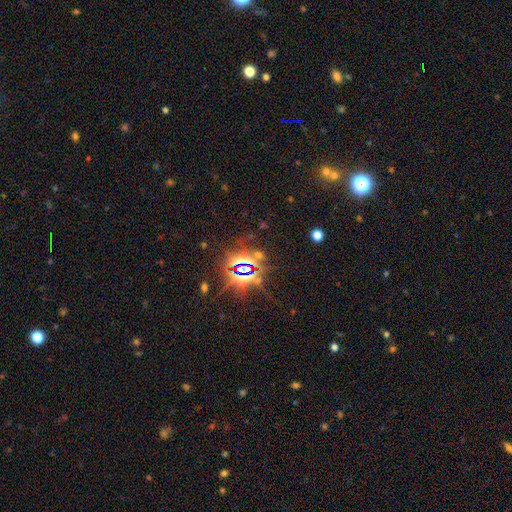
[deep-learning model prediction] star or artifact 83%, smooth 9%, featured or disk 8%.